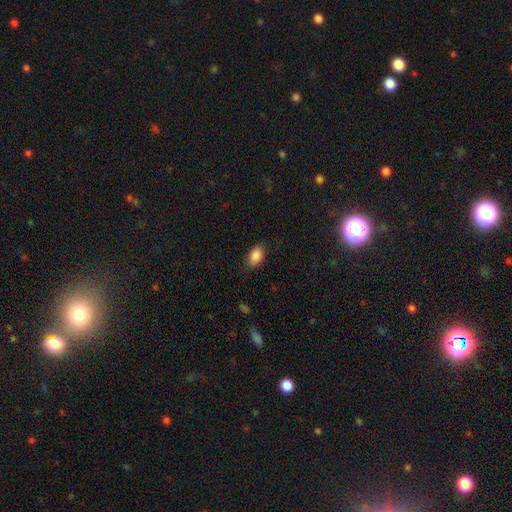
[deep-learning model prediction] Morphology: type=smooth (88%); roundness=in between (91%); merging=none (84%).